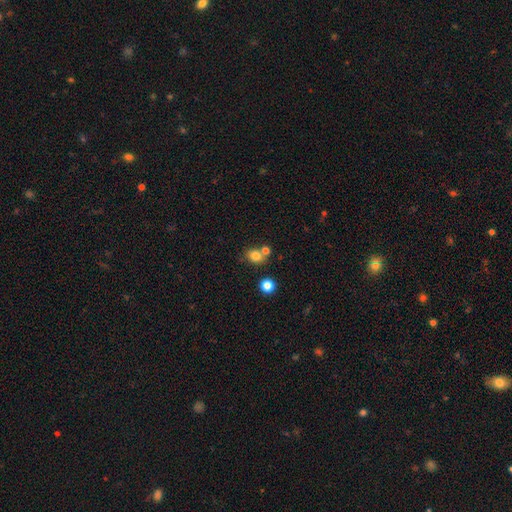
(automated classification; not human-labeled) Morphology: type=smooth (79%); roundness=round (52%); merging=none (58%).